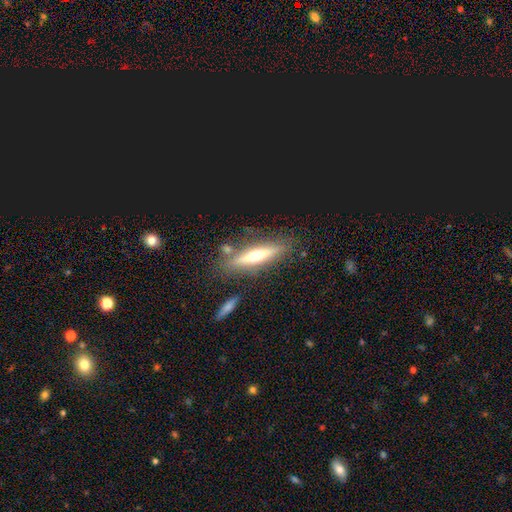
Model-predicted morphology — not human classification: type=featured or disk (56%); edge-on=yes (88%); merging=none (78%).